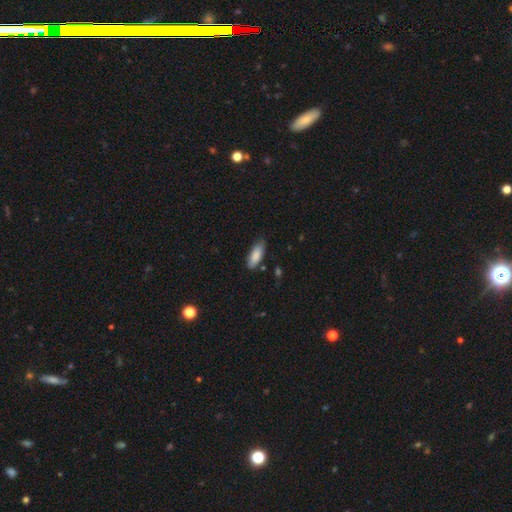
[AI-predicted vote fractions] Morphology: type=smooth (86%); roundness=in between (75%); merging=none (76%).